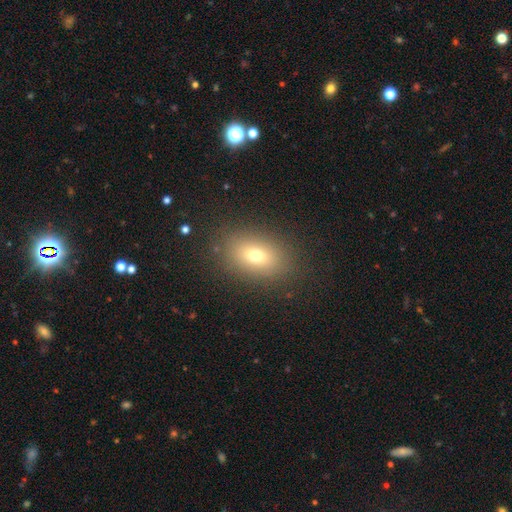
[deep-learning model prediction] A smooth galaxy with no disk features (71%) that is in between round and cigar-shaped (78%). Merging: none (87%).